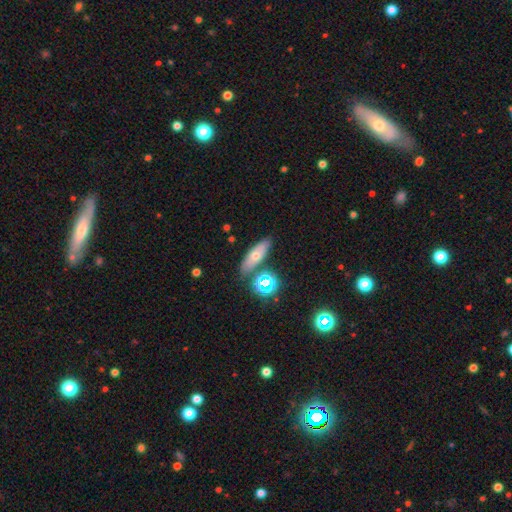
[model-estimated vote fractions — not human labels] Morphology: type=smooth (55%); roundness=in between (50%); merging=none (79%).